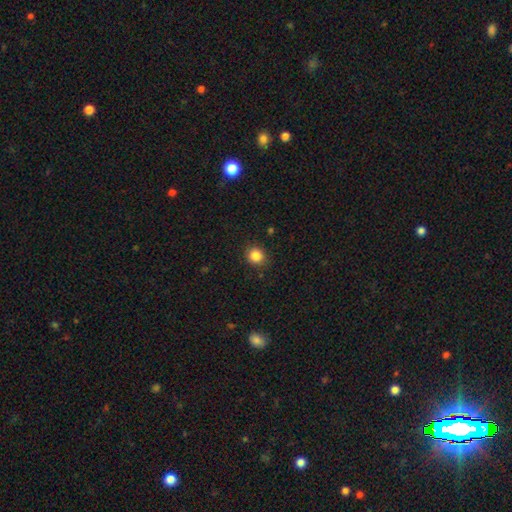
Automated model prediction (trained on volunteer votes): A smooth galaxy with no disk features (85%) that is round (83%). Merging: none (87%).